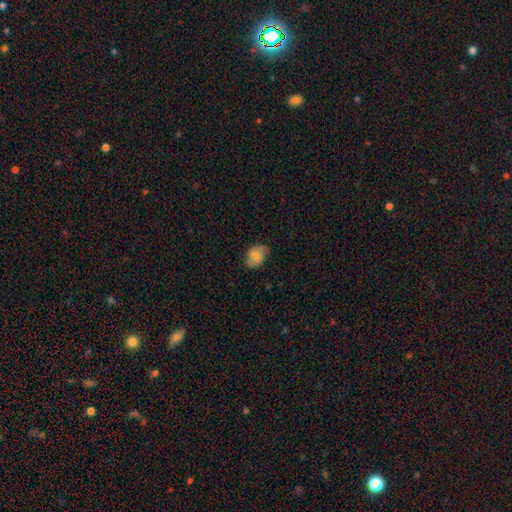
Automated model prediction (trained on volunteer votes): The model was most divided on "smooth or featured": smooth: 66%, featured or disk: 26%, star or artifact: 8%. More confident: how rounded — in between (77%); merging — none (70%).